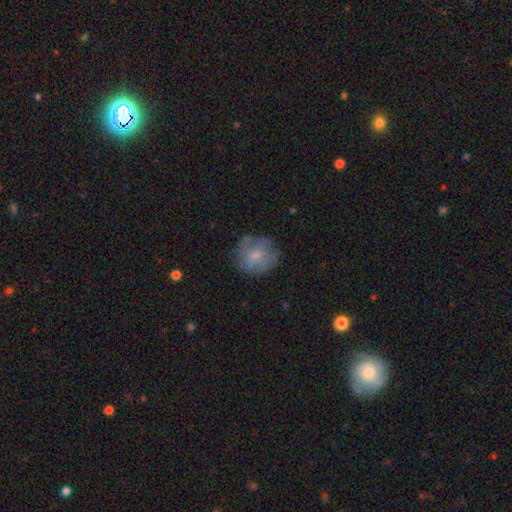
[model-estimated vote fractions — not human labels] This appears to be a smooth galaxy with no disk features (66%) that is round (81%). Merging: none (68%).